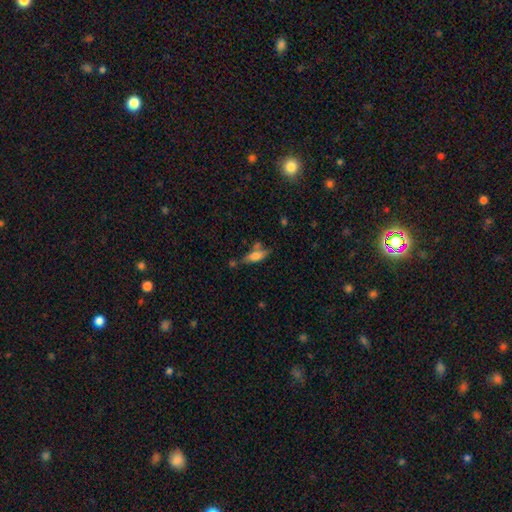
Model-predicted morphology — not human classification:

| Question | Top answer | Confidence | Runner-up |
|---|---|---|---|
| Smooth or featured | smooth | 68% | featured or disk (23%) |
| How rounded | in between | 59% | cigar-shaped (38%) |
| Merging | none | 53% | minor disturbance (22%) |